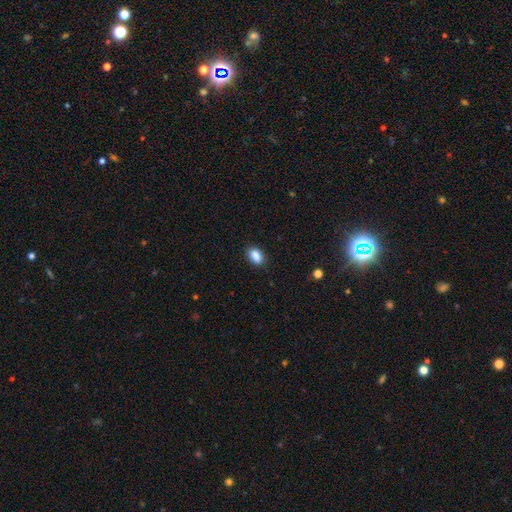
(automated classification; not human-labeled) A smooth galaxy with no disk features (88%) that is in between round and cigar-shaped (88%).

Vote fractions:
- Smooth or featured? smooth: 88% / star or artifact: 8% / featured or disk: 3%
- How rounded? in between: 88% / round: 10% / cigar-shaped: 2%
- Merging? none: 87% / minor disturbance: 10% / major disturbance: 2% / merger: 1%